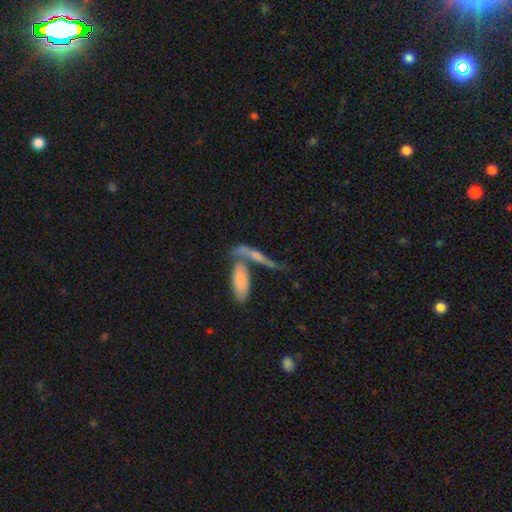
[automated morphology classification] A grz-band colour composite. It shows a smooth galaxy with no disk features (54%) that is cigar-shaped (64%). Merging: merger (47%).